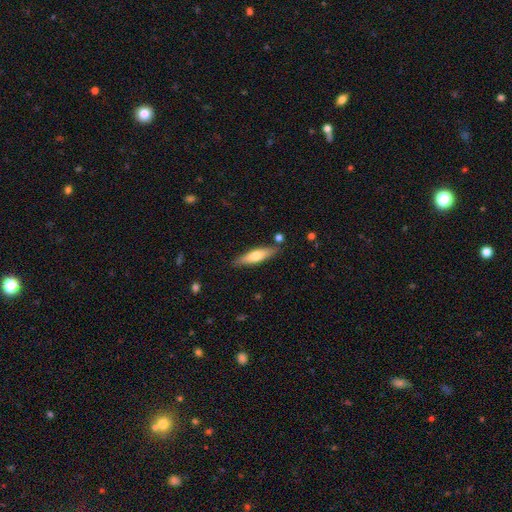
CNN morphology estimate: type=smooth (59%); roundness=cigar-shaped (65%); merging=none (83%).